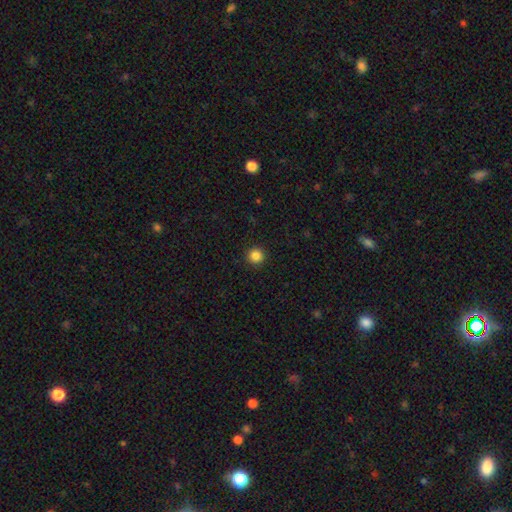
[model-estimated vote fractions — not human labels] The model was most divided on "smooth or featured": smooth: 86%, star or artifact: 11%, featured or disk: 3%. More confident: how rounded — round (96%); merging — none (93%).